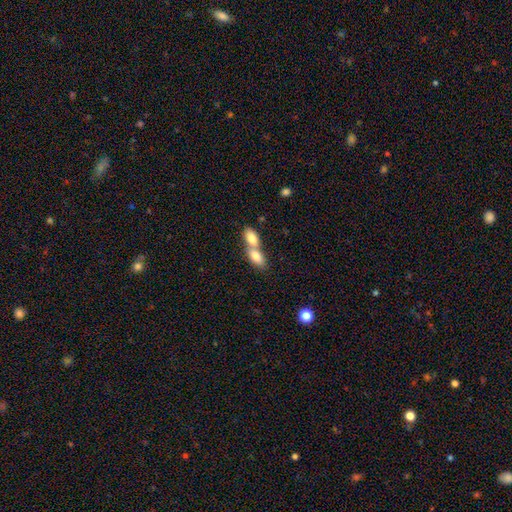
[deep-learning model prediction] Smooth or featured?
  - smooth: 79% *
  - featured or disk: 15%
  - star or artifact: 7%
How rounded?
  - in between: 86% *
  - cigar-shaped: 7%
  - round: 7%
Merging?
  - merger: 75% *
  - none: 18%
  - minor disturbance: 5%
  - major disturbance: 2%